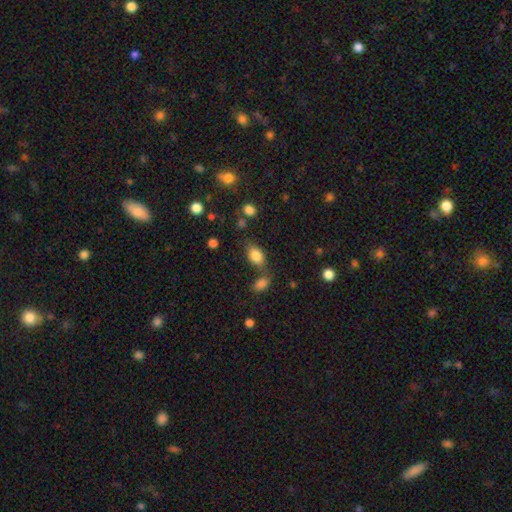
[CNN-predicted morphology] type=smooth (82%); roundness=in between (84%); merging=none (66%).